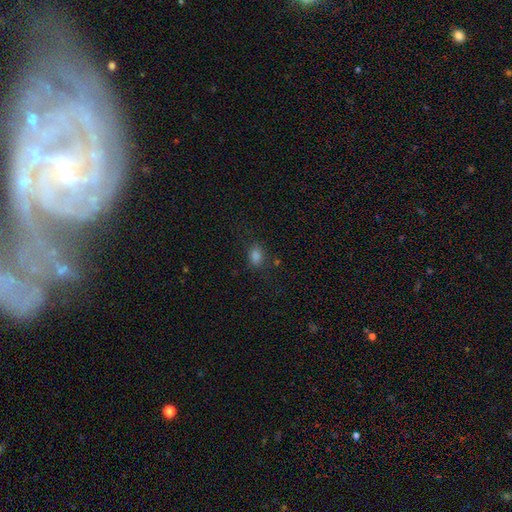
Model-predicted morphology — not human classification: Smooth or featured?
  - smooth: 77% *
  - star or artifact: 17%
  - featured or disk: 6%
How rounded?
  - in between: 68% *
  - round: 30%
  - cigar-shaped: 2%
Merging?
  - none: 77% *
  - minor disturbance: 14%
  - major disturbance: 7%
  - merger: 2%